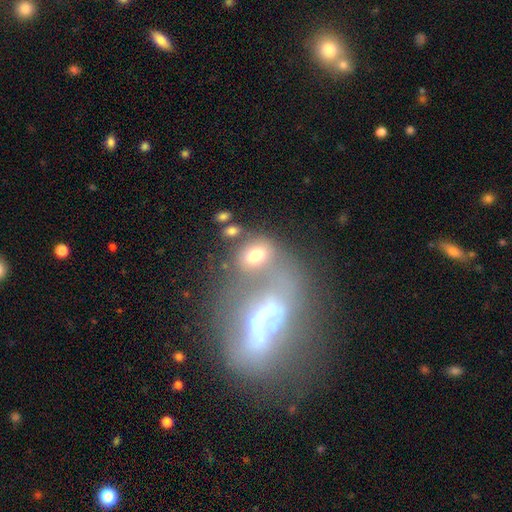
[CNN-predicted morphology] The model was most divided on "merging": merger: 45%, none: 31%, major disturbance: 12%, minor disturbance: 11%. More confident: how rounded — in between (62%); smooth or featured — smooth (60%).